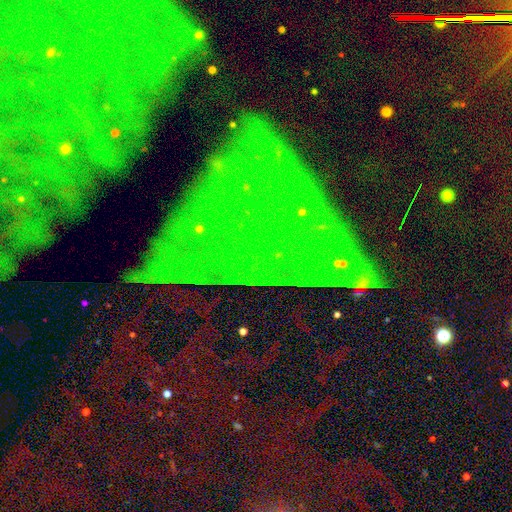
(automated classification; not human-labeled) smooth_or_featured: star or artifact (p=0.84) [alt: featured or disk p=0.08]